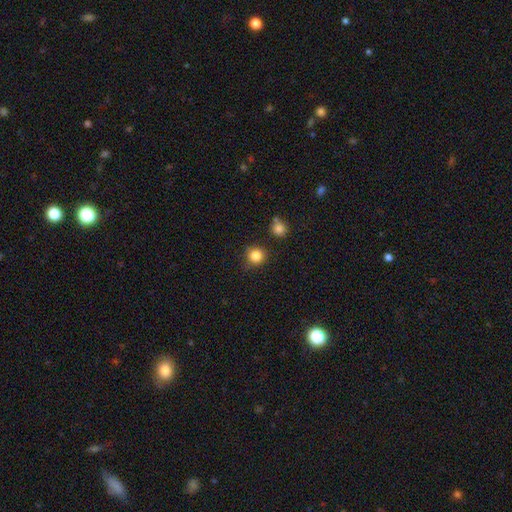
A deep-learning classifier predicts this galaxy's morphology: A smooth galaxy with no disk features (84%) that is round (93%).

Vote fractions:
- Smooth or featured? smooth: 84% / star or artifact: 12% / featured or disk: 4%
- How rounded? round: 93% / in between: 6% / cigar-shaped: 1%
- Merging? none: 83% / minor disturbance: 10% / merger: 4% / major disturbance: 3%